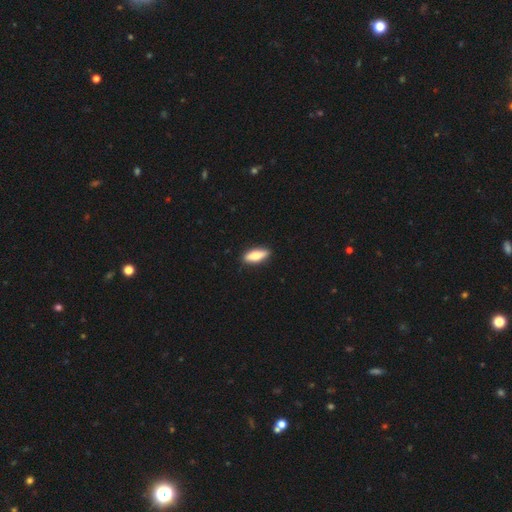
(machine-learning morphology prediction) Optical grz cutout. It shows a smooth galaxy with no disk features (70%) that is in between round and cigar-shaped (60%). Merging: none (89%).